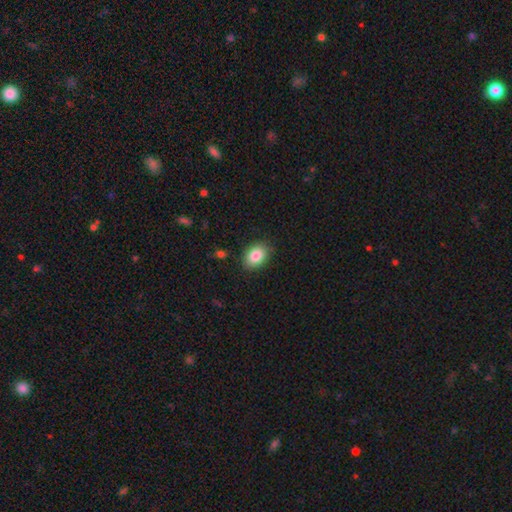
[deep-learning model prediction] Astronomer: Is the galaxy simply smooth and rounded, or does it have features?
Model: smooth — 86%.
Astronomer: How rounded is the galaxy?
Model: in between — 78%.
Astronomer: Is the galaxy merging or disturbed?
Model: none — 87%.